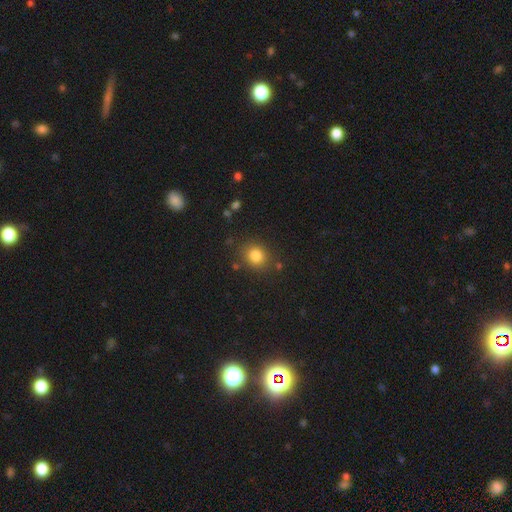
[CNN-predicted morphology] smooth 82%, star or artifact 12%, featured or disk 6%. Down the decision tree: how rounded — round (70%); merging — none (83%).